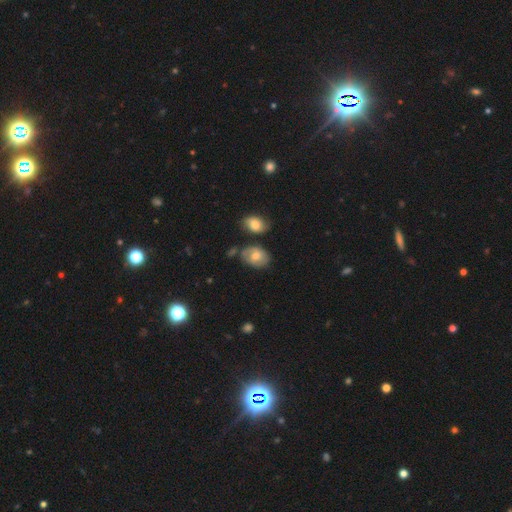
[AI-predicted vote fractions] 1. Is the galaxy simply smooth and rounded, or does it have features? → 64% smooth, 28% featured or disk, 8% star or artifact.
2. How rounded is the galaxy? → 77% in between, 22% round, 1% cigar-shaped.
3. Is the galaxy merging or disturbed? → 59% none, 23% minor disturbance, 11% merger, 7% major disturbance.